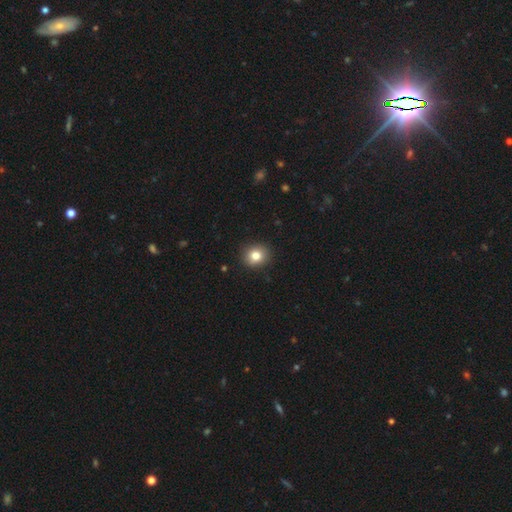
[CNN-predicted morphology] Overall: smooth (81%). How rounded: round (79%). Merging: none (90%).